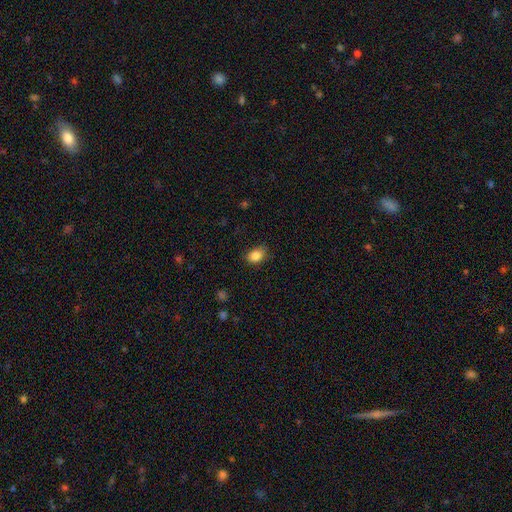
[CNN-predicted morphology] smooth_or_featured: smooth (p=0.85) [alt: star or artifact p=0.09]
how_rounded: in between (p=0.67) [alt: round p=0.31]
merging: none (p=0.79) [alt: minor disturbance p=0.17]